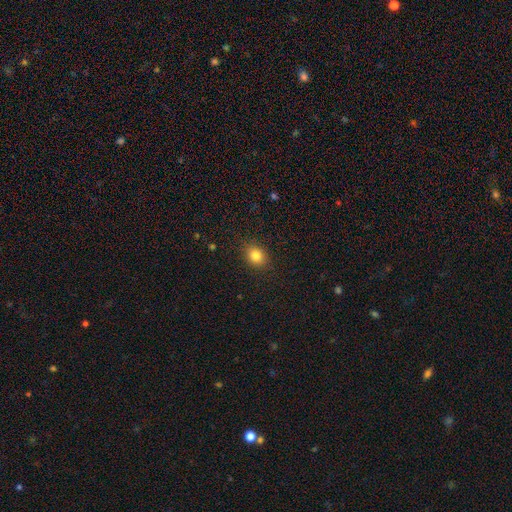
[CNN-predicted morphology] This is clearly a smooth galaxy (83%). How rounded: likely round (61%). Merging: clearly none (88%).